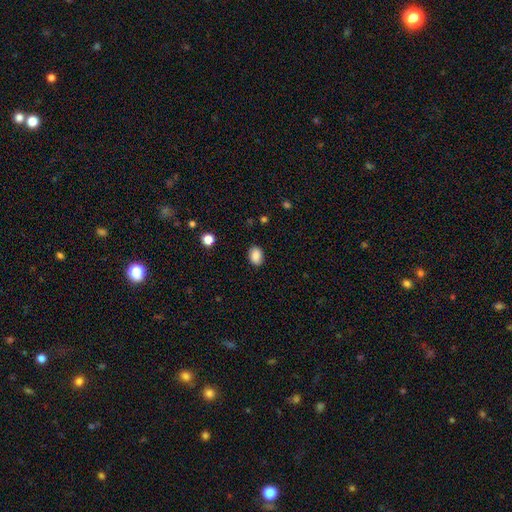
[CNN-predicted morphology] smooth 88%, star or artifact 8%, featured or disk 4%. Down the decision tree: how rounded — in between (71%); merging — none (87%).